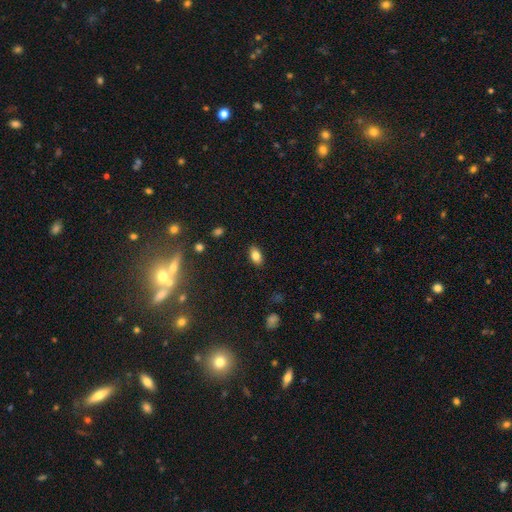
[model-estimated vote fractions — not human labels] Smooth or featured?
  - smooth: 82% *
  - star or artifact: 9%
  - featured or disk: 9%
How rounded?
  - in between: 90% *
  - round: 8%
  - cigar-shaped: 3%
Merging?
  - none: 87% *
  - minor disturbance: 9%
  - major disturbance: 2%
  - merger: 1%